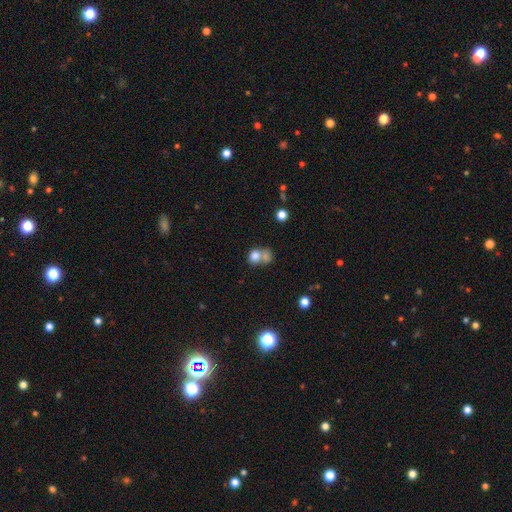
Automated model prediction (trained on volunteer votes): Smooth or featured?
  - smooth: 77% *
  - featured or disk: 12%
  - star or artifact: 11%
How rounded?
  - round: 64% *
  - in between: 35%
  - cigar-shaped: 1%
Merging?
  - merger: 57% *
  - none: 29%
  - minor disturbance: 8%
  - major disturbance: 6%